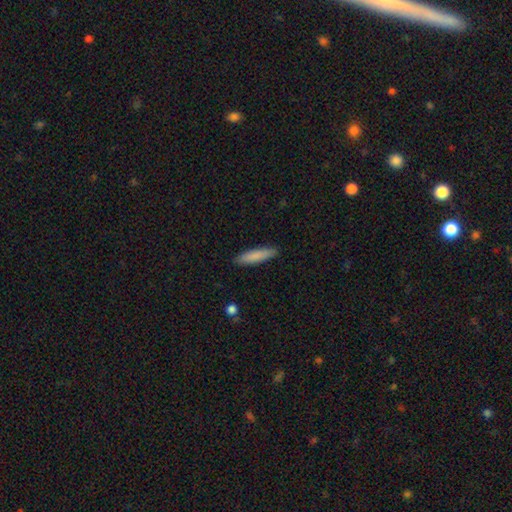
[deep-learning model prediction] This appears to be a smooth galaxy with no disk features (84%) that is cigar-shaped (80%). Merging: none (89%).